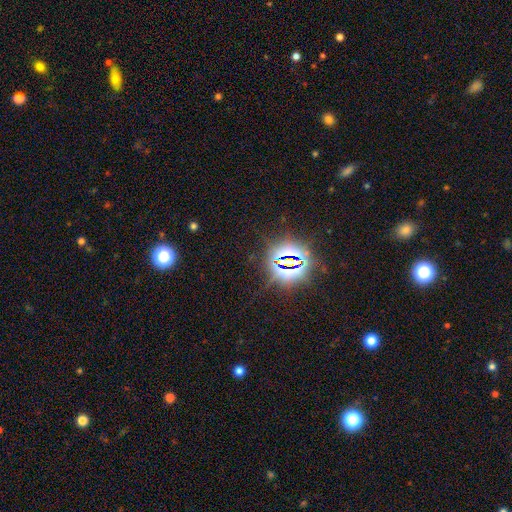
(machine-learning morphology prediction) A star or artifact, not a galaxy (81%).

Vote fractions:
- Smooth or featured? star or artifact: 81% / smooth: 12% / featured or disk: 7%